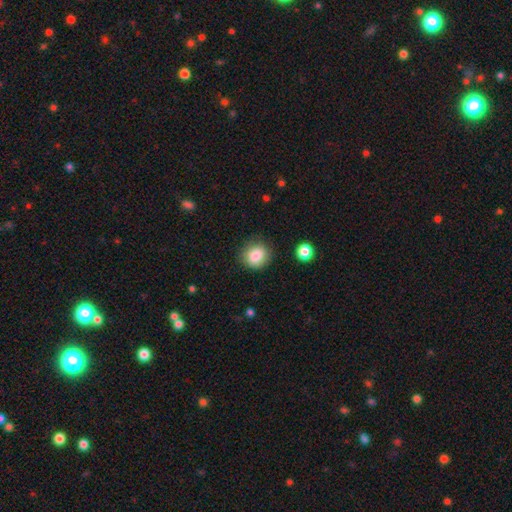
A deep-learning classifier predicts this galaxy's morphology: The model was most divided on "how rounded": round: 78%, in between: 22%, cigar-shaped: 1%. More confident: smooth or featured — smooth (84%); merging — none (82%).